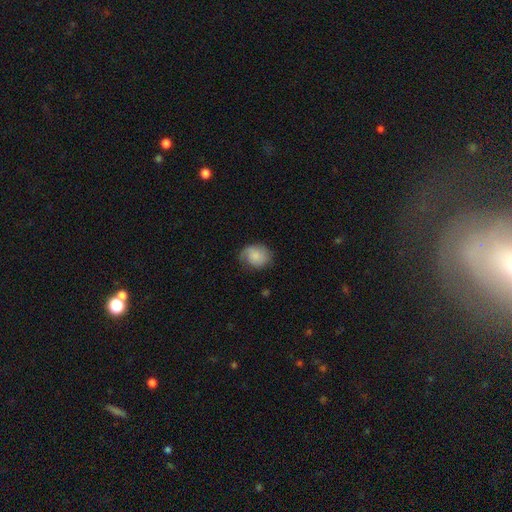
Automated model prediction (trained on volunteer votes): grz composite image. It shows a smooth galaxy with no disk features (72%) that is round (58%). Merging: none (64%).